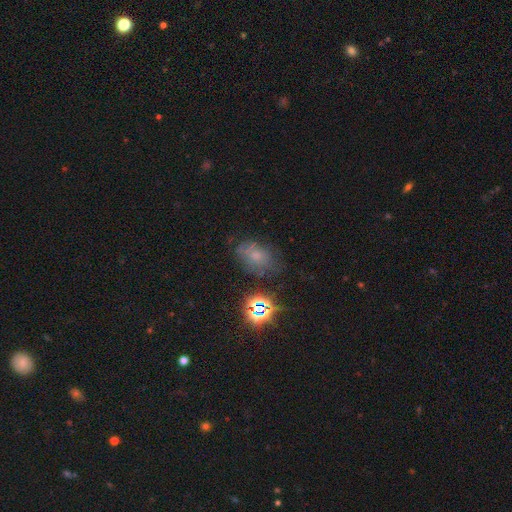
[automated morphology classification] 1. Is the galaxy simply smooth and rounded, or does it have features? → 49% smooth, 27% star or artifact, 24% featured or disk.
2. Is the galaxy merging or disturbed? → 61% none, 24% minor disturbance, 11% major disturbance, 4% merger.